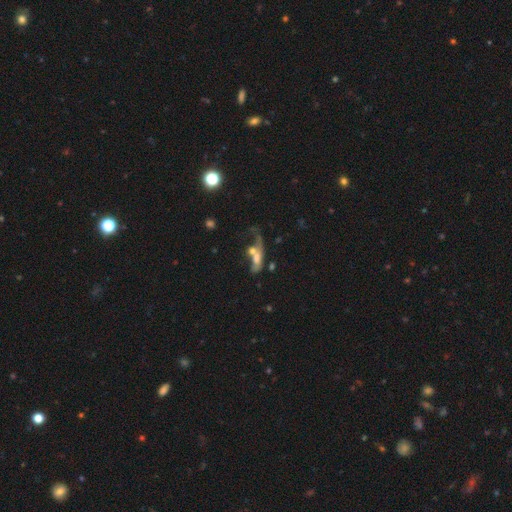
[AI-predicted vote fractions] Smooth or featured: smooth — 45% (featured or disk — 43%)
Merging: merger — 49% (major disturbance — 25%)